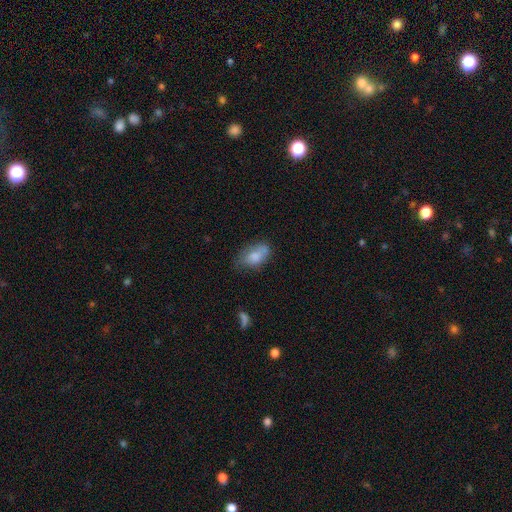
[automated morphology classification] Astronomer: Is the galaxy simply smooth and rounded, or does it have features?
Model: smooth — 75%.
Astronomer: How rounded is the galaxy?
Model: in between — 90%.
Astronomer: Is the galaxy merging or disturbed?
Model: none — 49% (runner-up: minor disturbance, 31%).